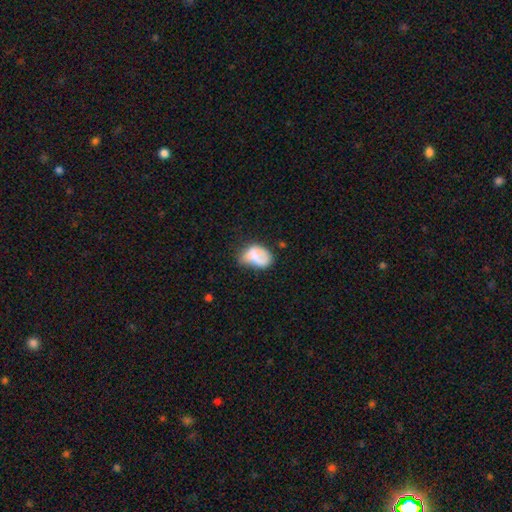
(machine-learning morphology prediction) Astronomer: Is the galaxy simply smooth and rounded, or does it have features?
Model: smooth — 72%.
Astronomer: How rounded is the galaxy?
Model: in between — 79%.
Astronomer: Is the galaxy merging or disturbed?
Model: none — 36% (runner-up: minor disturbance, 35%).